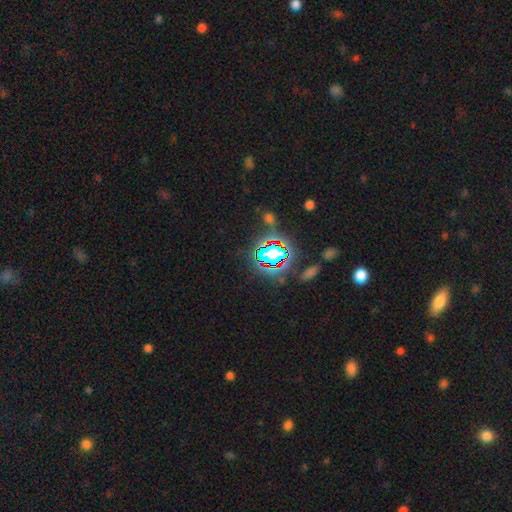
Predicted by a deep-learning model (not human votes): Smooth or featured? star or artifact (78%)